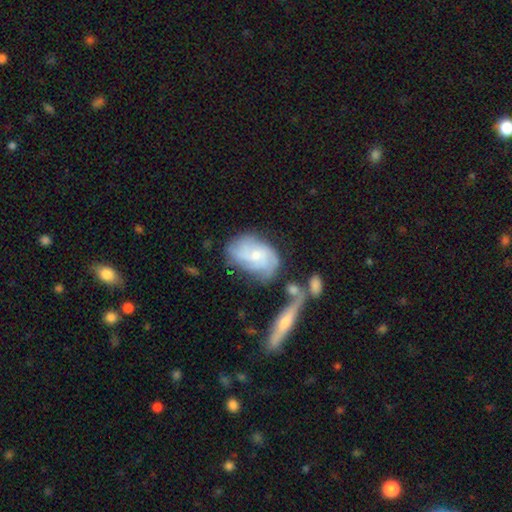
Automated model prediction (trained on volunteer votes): Smooth or featured: featured or disk — 67% (smooth — 26%)
Edge-on disk: no — 94% (yes — 6%)
Bar: no — 70% (weak — 26%)
Spiral arms: yes — 87% (no — 13%)
Spiral winding: tight — 45% (medium — 38%)
Spiral arm count: can't tell — 34% (3 — 28%)
Bulge size: small — 58% (moderate — 35%)
Merging: none — 54% (minor disturbance — 24%)